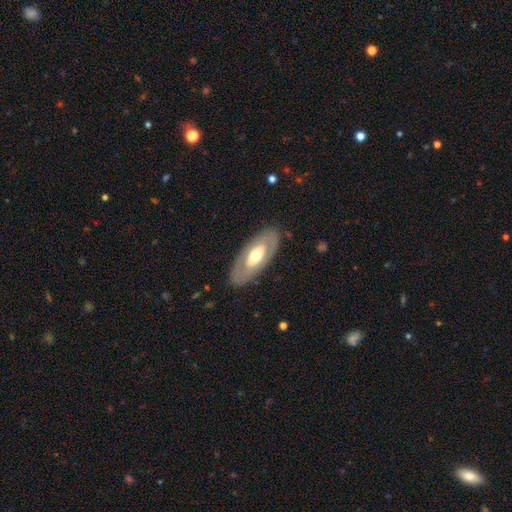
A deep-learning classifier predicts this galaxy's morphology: smooth-or-featured: featured or disk: 55% | smooth: 40% | star or artifact: 5%
  disk-edge-on: no: 83% | yes: 17%
  merging: none: 84% | minor disturbance: 11% | major disturbance: 4% | merger: 1%